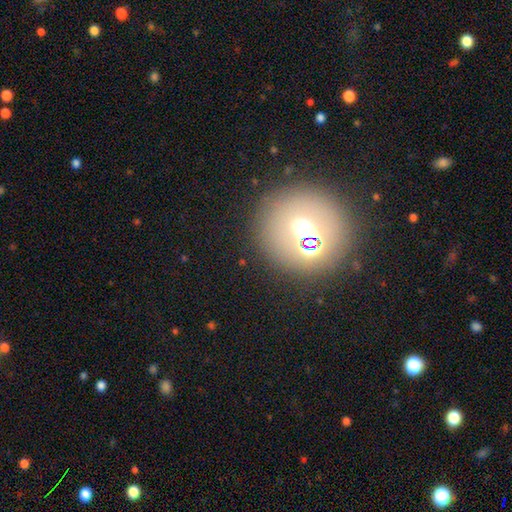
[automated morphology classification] Overall: smooth (45%; featured or disk 30%). Merging: none (72%).